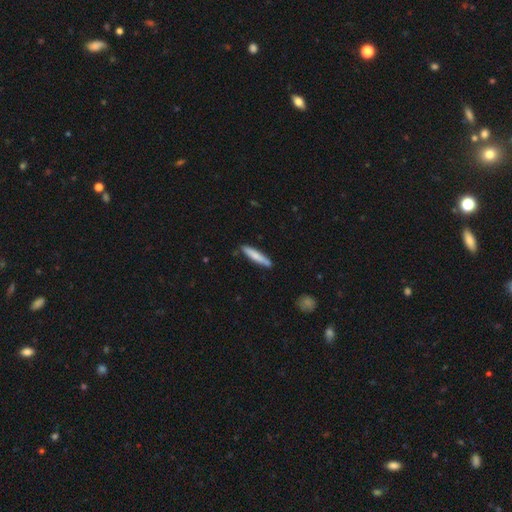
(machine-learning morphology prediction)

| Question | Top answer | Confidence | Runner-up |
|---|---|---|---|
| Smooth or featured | smooth | 72% | featured or disk (23%) |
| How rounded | cigar-shaped | 90% | in between (8%) |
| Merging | none | 83% | minor disturbance (12%) |